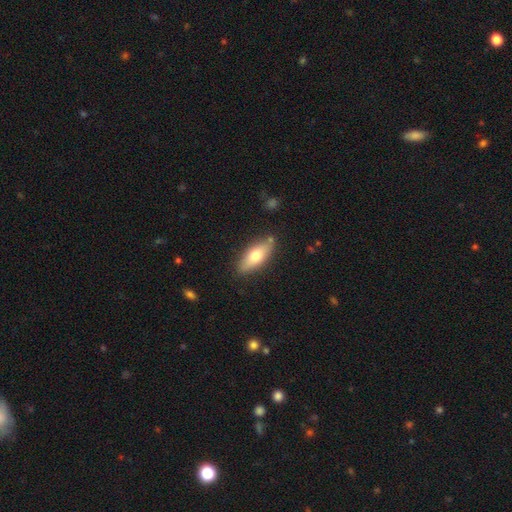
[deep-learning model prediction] Smooth or featured? smooth (68%)
How rounded? in between (71%)
Merging? none (82%)